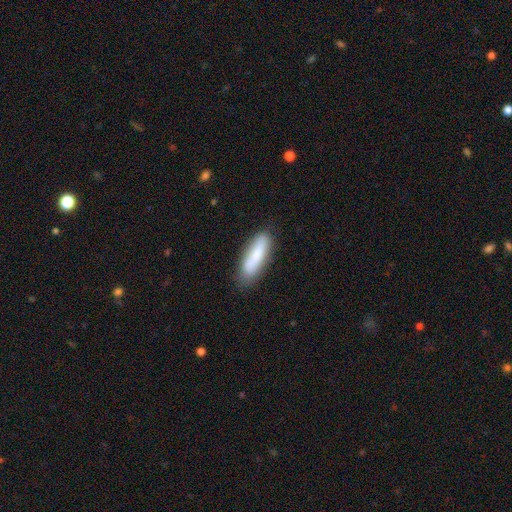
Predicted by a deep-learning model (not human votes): Smooth or featured? Predicted: smooth (p=0.79). How rounded? Predicted: cigar-shaped (p=0.56). Merging? Predicted: none (p=0.80).